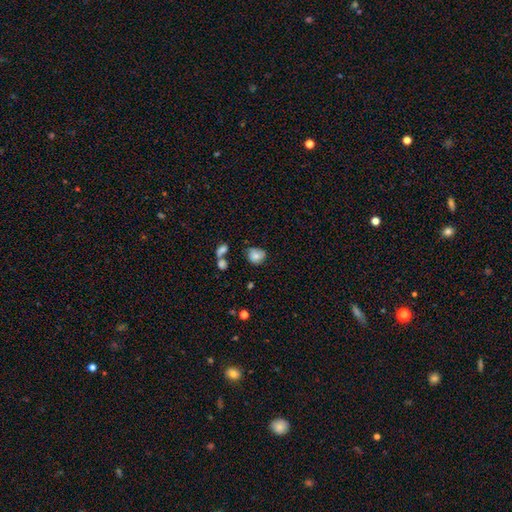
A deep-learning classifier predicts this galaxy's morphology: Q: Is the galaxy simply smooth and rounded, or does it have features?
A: smooth — 79%.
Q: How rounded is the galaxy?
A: round — 71%.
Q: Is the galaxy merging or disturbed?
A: none — 58%.